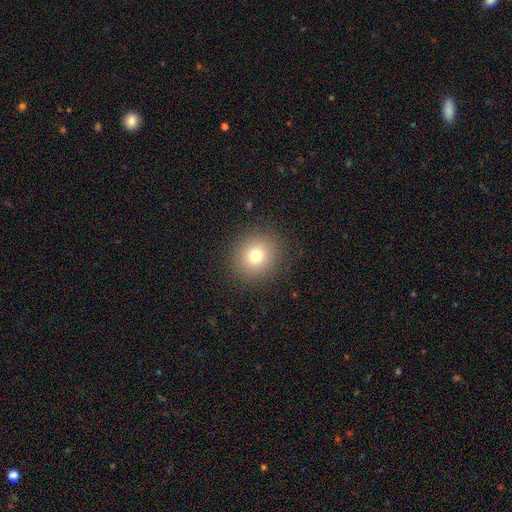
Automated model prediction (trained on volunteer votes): This is likely a smooth galaxy (76%). How rounded: clearly round (88%). Merging: clearly none (89%).